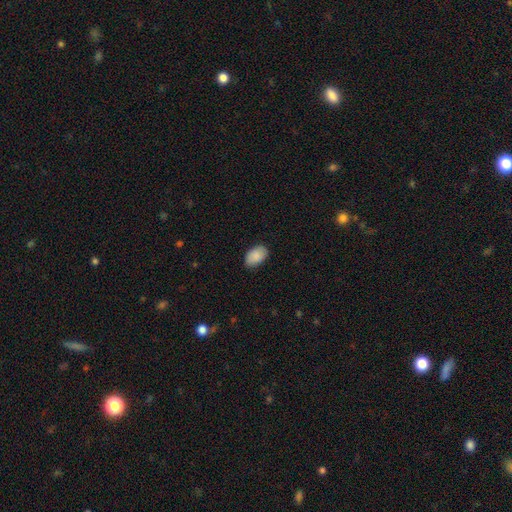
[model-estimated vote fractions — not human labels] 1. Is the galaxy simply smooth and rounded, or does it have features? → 87% smooth, 7% featured or disk, 7% star or artifact.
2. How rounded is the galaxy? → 91% in between, 7% round, 1% cigar-shaped.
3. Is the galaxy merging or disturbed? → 82% none, 14% minor disturbance, 2% major disturbance, 1% merger.